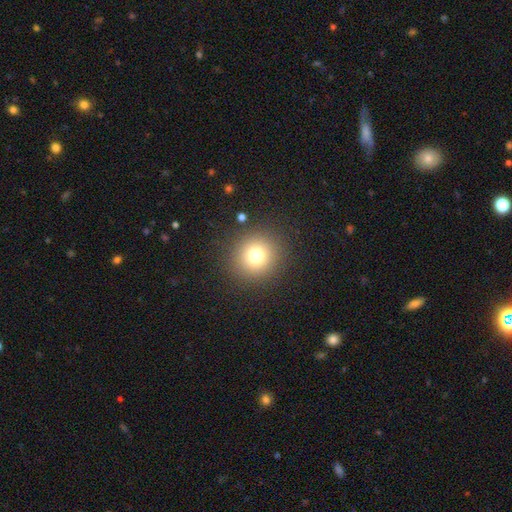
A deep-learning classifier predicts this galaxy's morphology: The model was most divided on "smooth or featured": smooth: 76%, star or artifact: 15%, featured or disk: 9%. More confident: how rounded — round (92%); merging — none (89%).